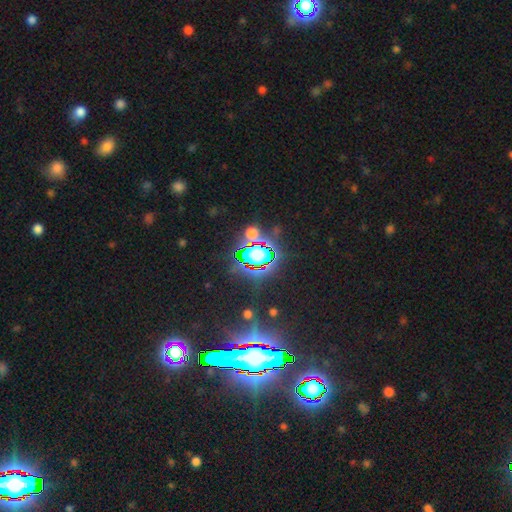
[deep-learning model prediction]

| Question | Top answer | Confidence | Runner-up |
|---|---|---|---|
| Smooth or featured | star or artifact | 69% | smooth (20%) |